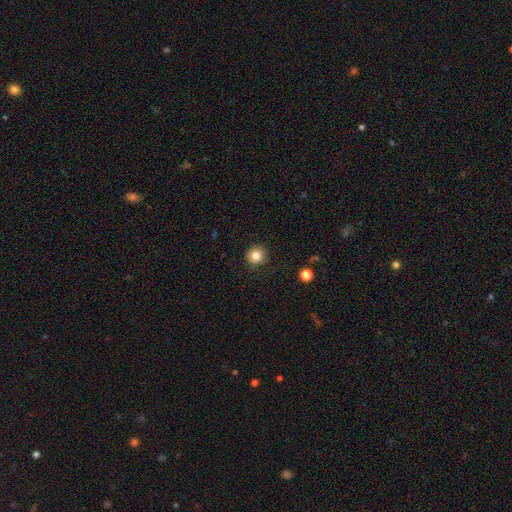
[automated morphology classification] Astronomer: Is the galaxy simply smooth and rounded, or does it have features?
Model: smooth — 84%.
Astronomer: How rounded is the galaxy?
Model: round — 94%.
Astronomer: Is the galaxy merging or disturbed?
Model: none — 90%.